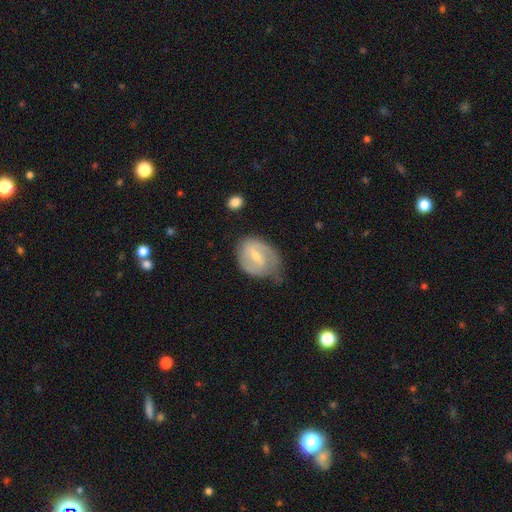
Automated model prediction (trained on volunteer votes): Morphology: type=featured or disk (63%); edge-on=no (96%); bar=weak (57%); spiral arms=yes (77%); bulge=small (53%); merging=none (48%).